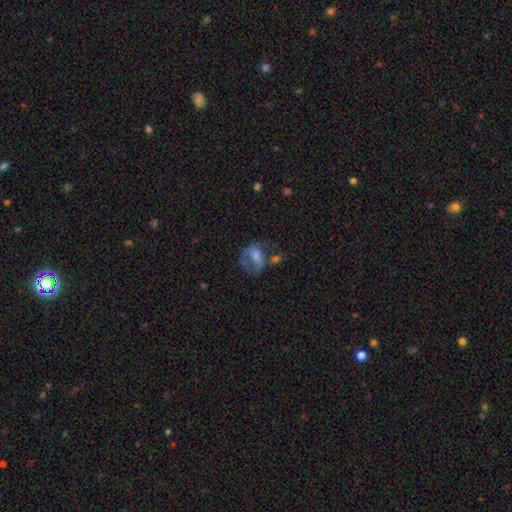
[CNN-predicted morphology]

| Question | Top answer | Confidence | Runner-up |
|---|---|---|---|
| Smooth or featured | featured or disk | 45% | smooth (42%) |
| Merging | major disturbance | 35% | none (32%) |